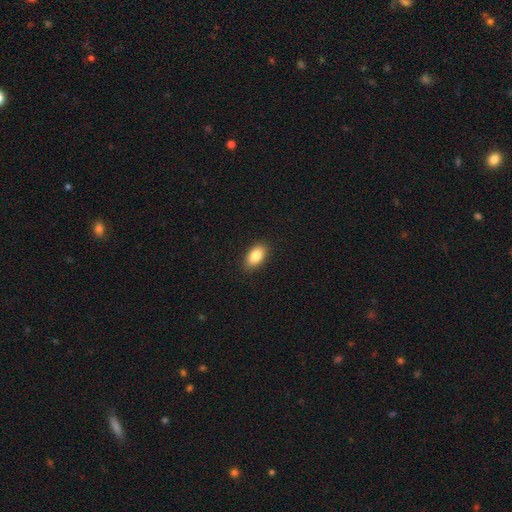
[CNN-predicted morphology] Smooth or featured?
  - smooth: 85% *
  - featured or disk: 8%
  - star or artifact: 7%
How rounded?
  - in between: 91% *
  - round: 6%
  - cigar-shaped: 3%
Merging?
  - none: 89% *
  - minor disturbance: 9%
  - major disturbance: 2%
  - merger: 1%